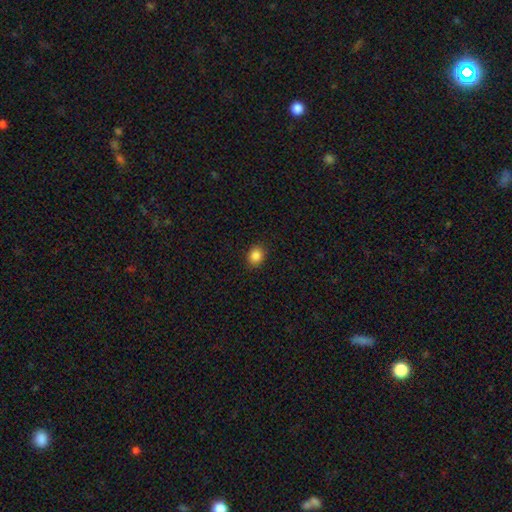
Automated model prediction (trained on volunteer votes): Morphology: type=smooth (86%); roundness=round (61%); merging=none (90%).